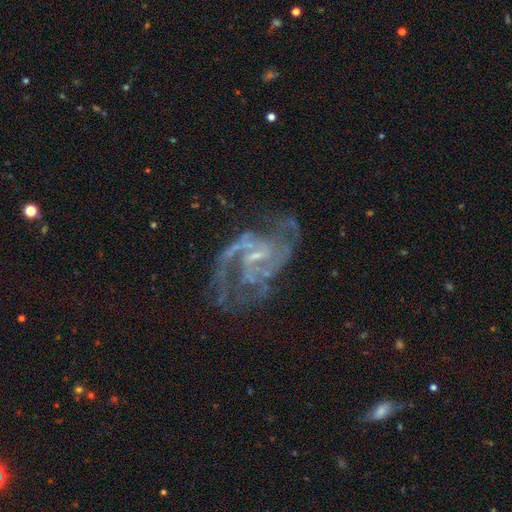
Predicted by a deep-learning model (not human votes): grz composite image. It shows a featured or disk galaxy (87%) with a weak bar (53%), 2 (52%) medium (50%) spiral arms (91%) and a small central bulge (61%). Merging: none (48%).